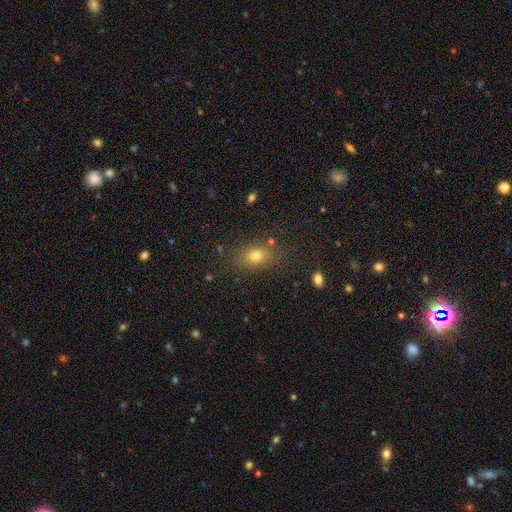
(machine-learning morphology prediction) smooth_or_featured: smooth (p=0.75) [alt: star or artifact p=0.14]
how_rounded: in between (p=0.70) [alt: round p=0.27]
merging: none (p=0.80) [alt: minor disturbance p=0.13]